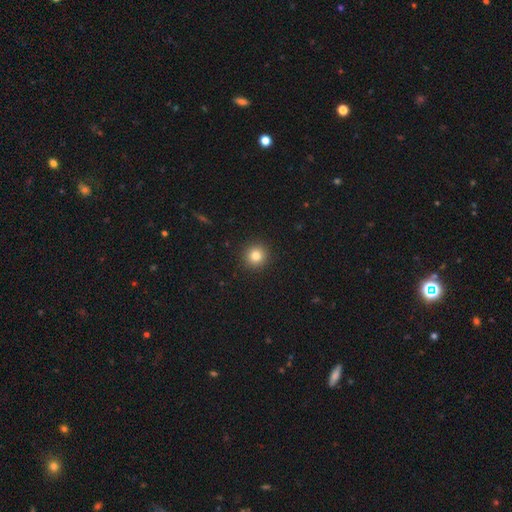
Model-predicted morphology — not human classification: type=smooth (82%); roundness=round (94%); merging=none (93%).